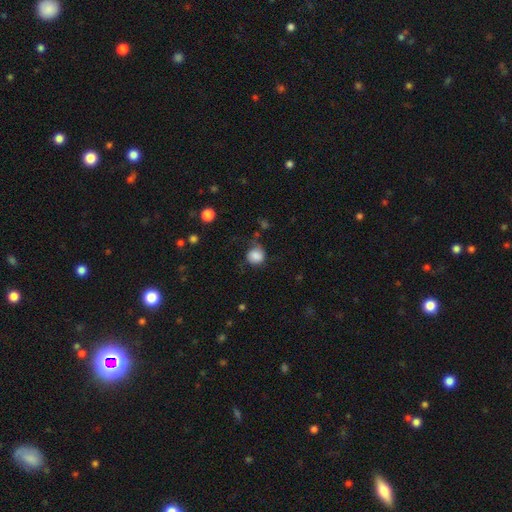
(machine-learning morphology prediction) Smooth or featured?
  - smooth: 79% *
  - featured or disk: 12%
  - star or artifact: 9%
How rounded?
  - round: 78% *
  - in between: 21%
  - cigar-shaped: 1%
Merging?
  - none: 57% *
  - minor disturbance: 28%
  - major disturbance: 12%
  - merger: 3%